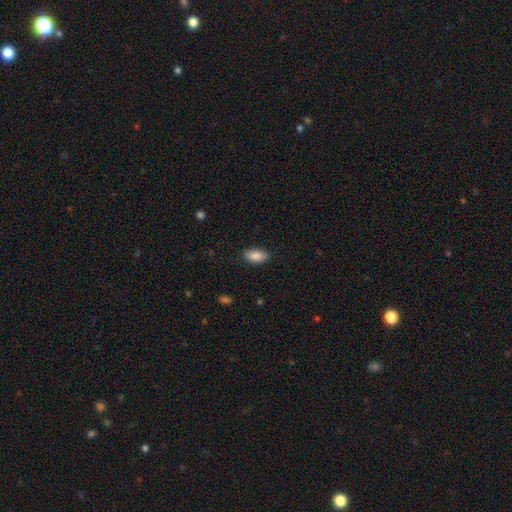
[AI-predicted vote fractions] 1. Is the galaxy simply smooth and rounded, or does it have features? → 86% smooth, 7% featured or disk, 7% star or artifact.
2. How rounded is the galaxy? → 91% in between, 5% cigar-shaped, 3% round.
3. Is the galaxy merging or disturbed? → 86% none, 11% minor disturbance, 2% major disturbance, 1% merger.